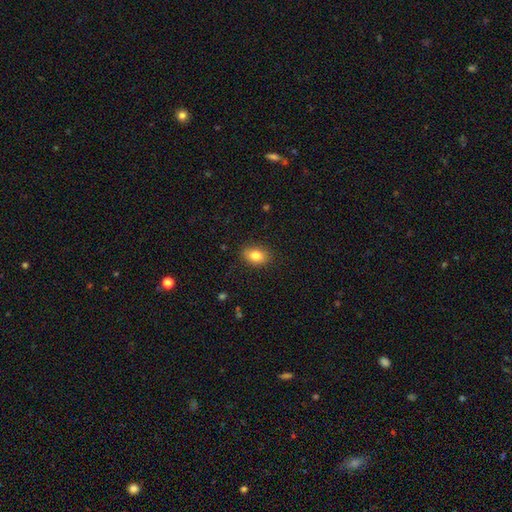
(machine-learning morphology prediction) This is clearly a smooth galaxy (82%). How rounded: likely in between (77%). Merging: clearly none (87%).